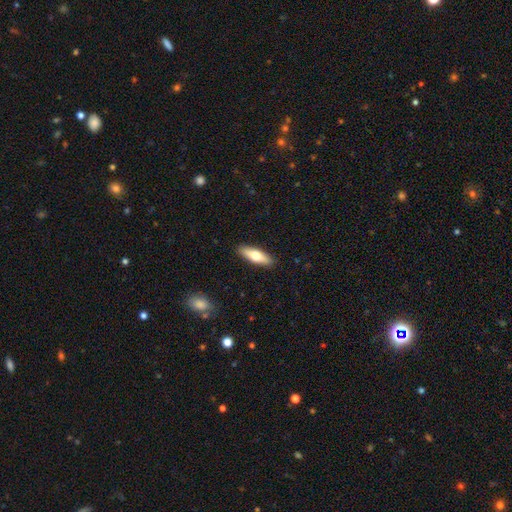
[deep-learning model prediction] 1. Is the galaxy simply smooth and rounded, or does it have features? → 63% smooth, 31% featured or disk, 6% star or artifact.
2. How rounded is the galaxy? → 49% cigar-shaped, 48% in between, 2% round.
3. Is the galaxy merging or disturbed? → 90% none, 8% minor disturbance, 2% major disturbance, 1% merger.